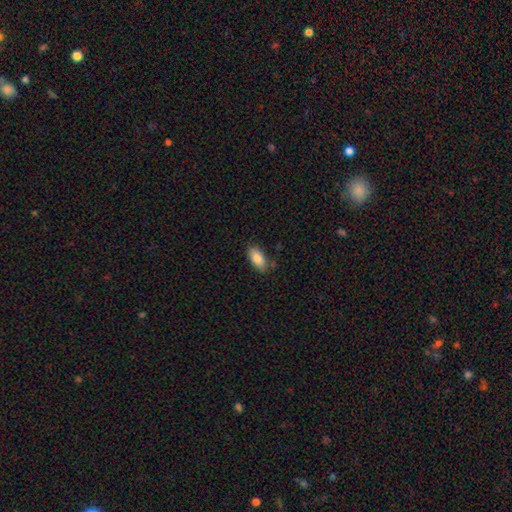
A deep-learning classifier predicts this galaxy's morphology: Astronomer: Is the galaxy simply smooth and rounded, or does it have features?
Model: smooth — 86%.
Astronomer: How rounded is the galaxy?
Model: in between — 92%.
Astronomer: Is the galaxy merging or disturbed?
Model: none — 81%.